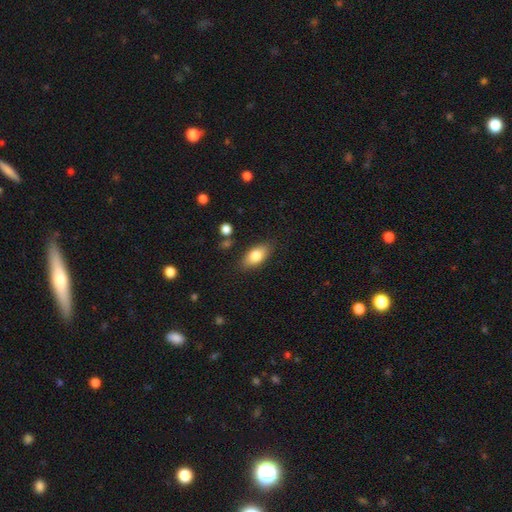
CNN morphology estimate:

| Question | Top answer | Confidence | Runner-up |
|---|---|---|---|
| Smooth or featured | smooth | 80% | featured or disk (13%) |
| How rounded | in between | 88% | cigar-shaped (7%) |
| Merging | none | 83% | minor disturbance (12%) |